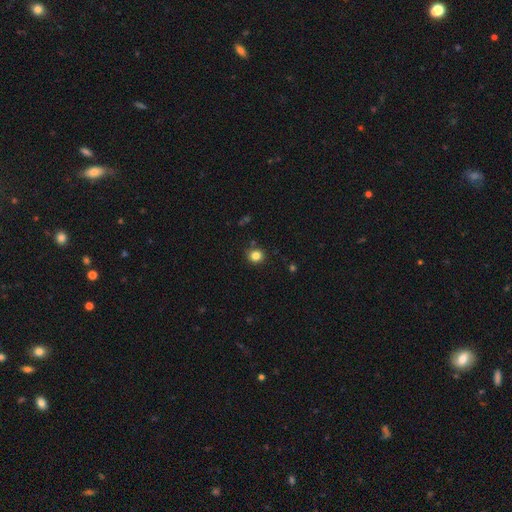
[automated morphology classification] The model was most divided on "smooth or featured": smooth: 83%, star or artifact: 12%, featured or disk: 5%. More confident: how rounded — round (87%); merging — none (86%).